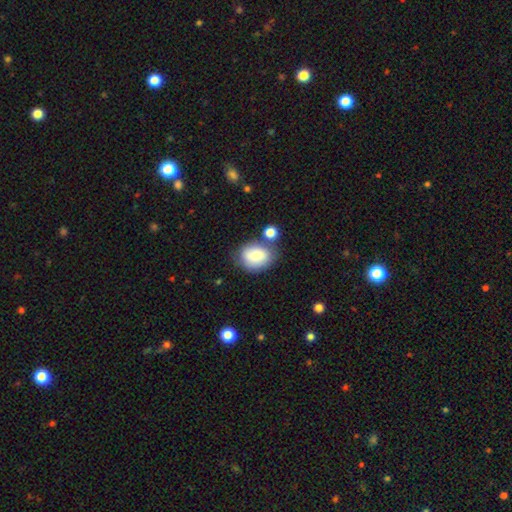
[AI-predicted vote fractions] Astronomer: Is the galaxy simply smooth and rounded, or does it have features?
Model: smooth — 81%.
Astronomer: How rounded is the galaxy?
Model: in between — 61% (runner-up: round, 38%).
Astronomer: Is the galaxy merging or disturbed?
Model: none — 54%.